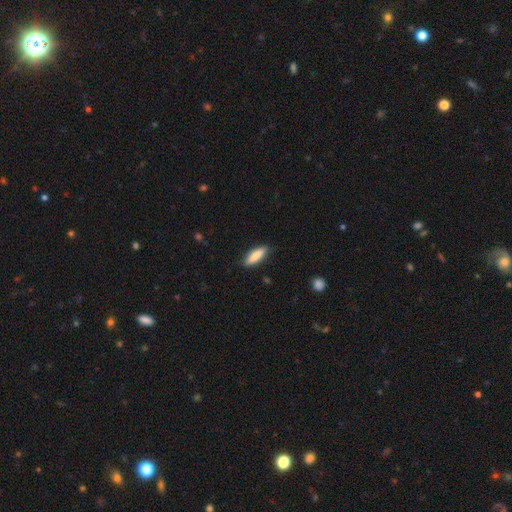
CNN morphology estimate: type=smooth (82%); roundness=cigar-shaped (50%); merging=none (85%).